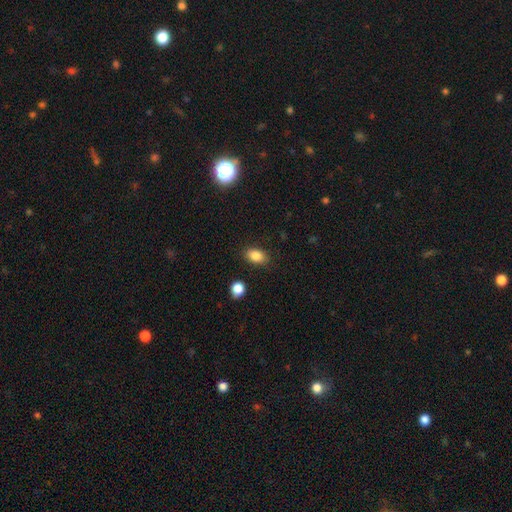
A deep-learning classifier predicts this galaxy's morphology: A smooth galaxy with no disk features (86%) that is in between round and cigar-shaped (85%). Merging: none (85%).